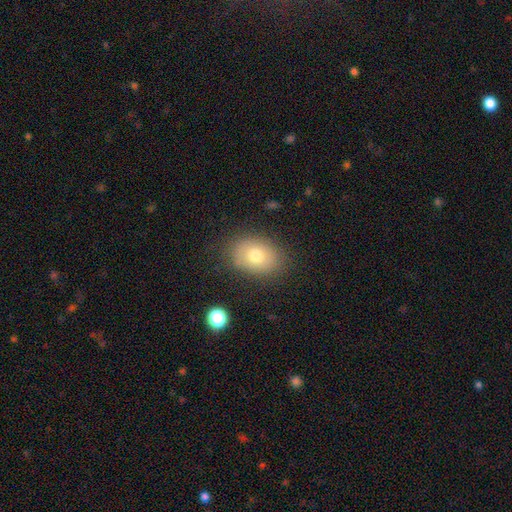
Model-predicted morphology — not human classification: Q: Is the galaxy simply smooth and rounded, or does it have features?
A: smooth — 74%.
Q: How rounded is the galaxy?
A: in between — 70%.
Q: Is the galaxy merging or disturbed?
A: none — 82%.